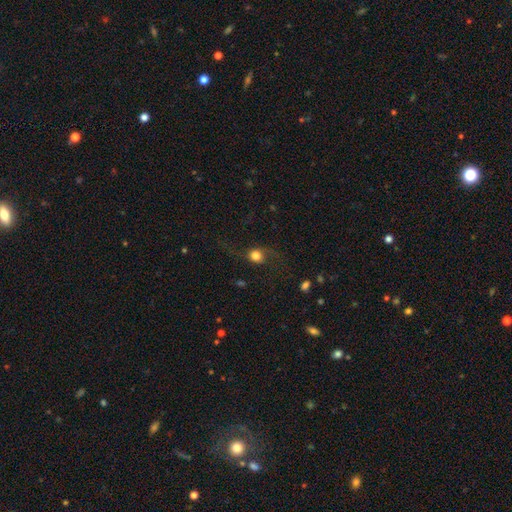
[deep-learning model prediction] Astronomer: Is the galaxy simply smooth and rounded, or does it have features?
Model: smooth — 51% (runner-up: featured or disk, 37%).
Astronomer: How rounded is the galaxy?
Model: round — 85%.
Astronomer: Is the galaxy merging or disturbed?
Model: none — 60%.